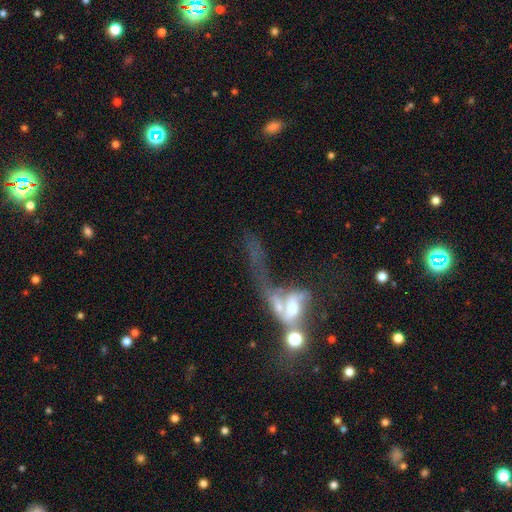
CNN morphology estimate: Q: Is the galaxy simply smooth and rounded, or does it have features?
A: featured or disk — 55%.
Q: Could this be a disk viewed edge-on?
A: no — 82%.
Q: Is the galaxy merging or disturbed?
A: merger — 56%.